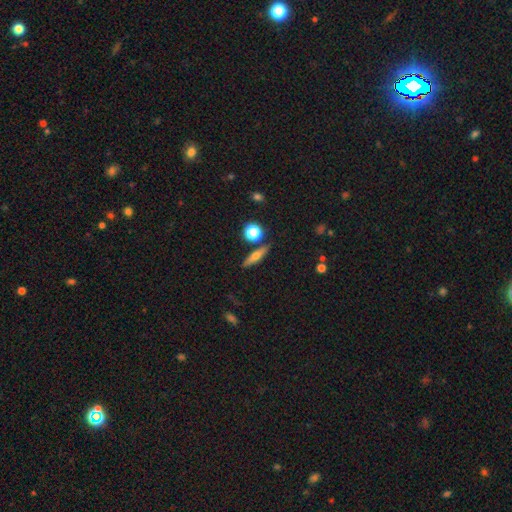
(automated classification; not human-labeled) Q: Smooth or featured?
A: smooth (48%); runner-up: featured or disk (42%)
Q: Merging?
A: none (84%); runner-up: minor disturbance (9%)